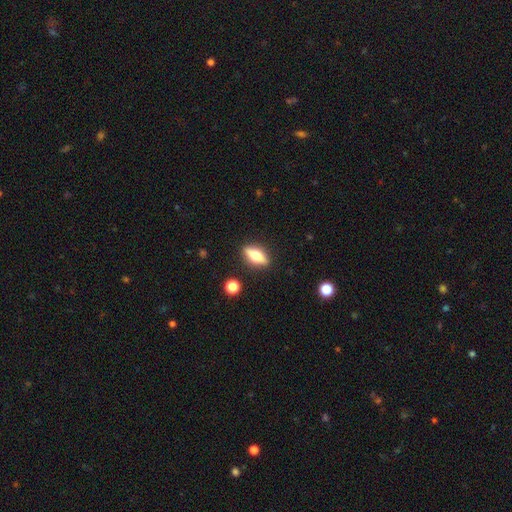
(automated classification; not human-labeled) smooth-or-featured: smooth: 49% | featured or disk: 44% | star or artifact: 7%
  merging: none: 87% | minor disturbance: 9% | major disturbance: 2% | merger: 2%